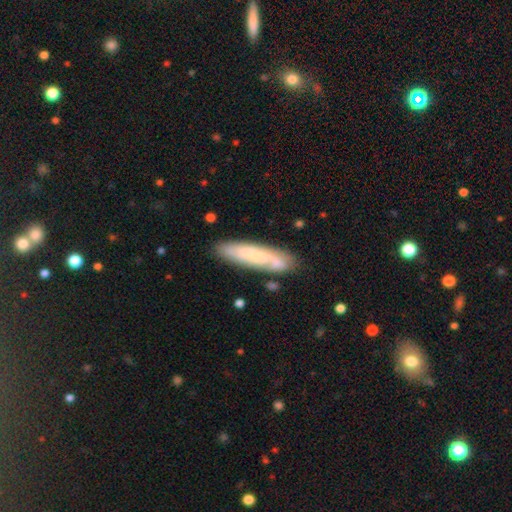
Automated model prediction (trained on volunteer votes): smooth_or_featured: smooth (p=0.54) [alt: featured or disk p=0.38]
how_rounded: cigar-shaped (p=0.79) [alt: in between p=0.20]
merging: none (p=0.75) [alt: minor disturbance p=0.15]